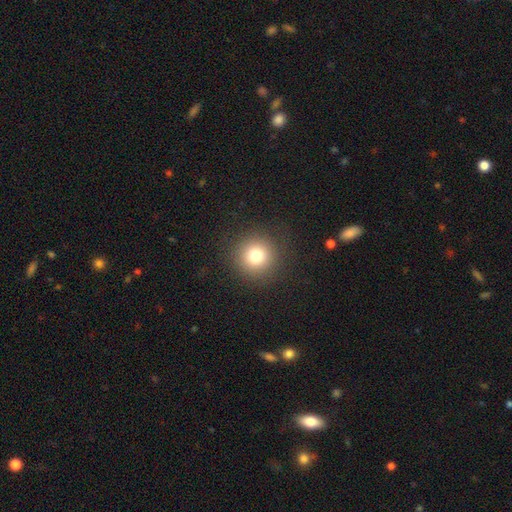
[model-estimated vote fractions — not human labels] Q: Smooth or featured?
A: smooth (78%); runner-up: star or artifact (13%)
Q: How rounded?
A: round (95%); runner-up: in between (4%)
Q: Merging?
A: none (90%); runner-up: minor disturbance (6%)